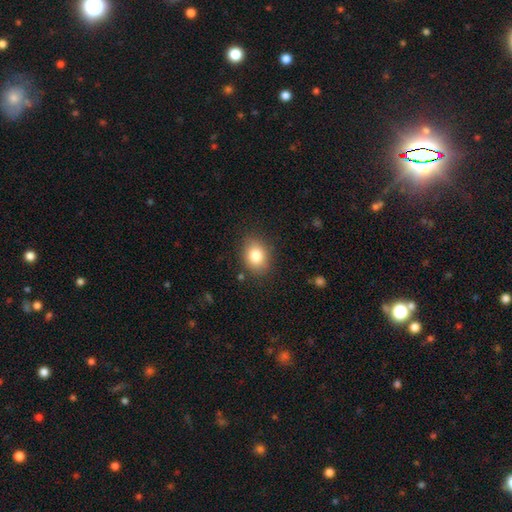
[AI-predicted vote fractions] Q: Smooth or featured?
A: smooth (84%); runner-up: star or artifact (9%)
Q: How rounded?
A: in between (58%); runner-up: round (41%)
Q: Merging?
A: none (83%); runner-up: minor disturbance (12%)